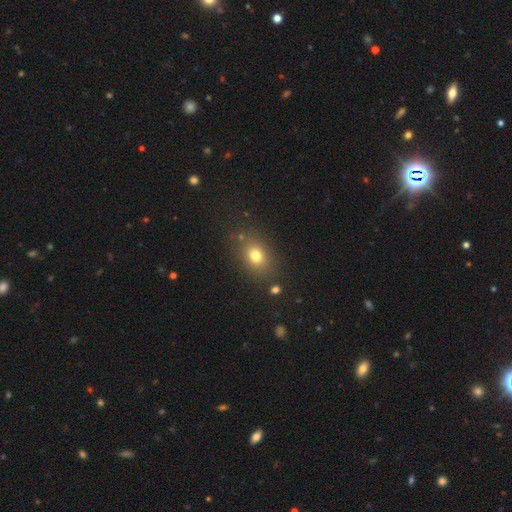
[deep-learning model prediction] Smooth or featured: smooth — 76% (star or artifact — 14%)
How rounded: in between — 64% (round — 34%)
Merging: none — 80% (minor disturbance — 12%)